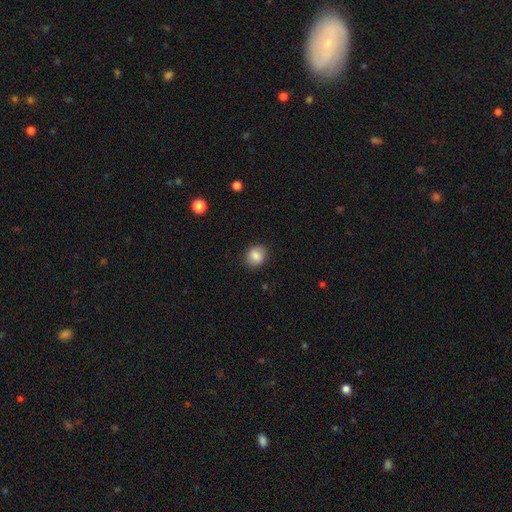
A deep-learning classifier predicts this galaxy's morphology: Smooth or featured: smooth — 85% (star or artifact — 9%)
How rounded: round — 69% (in between — 31%)
Merging: none — 87% (minor disturbance — 9%)